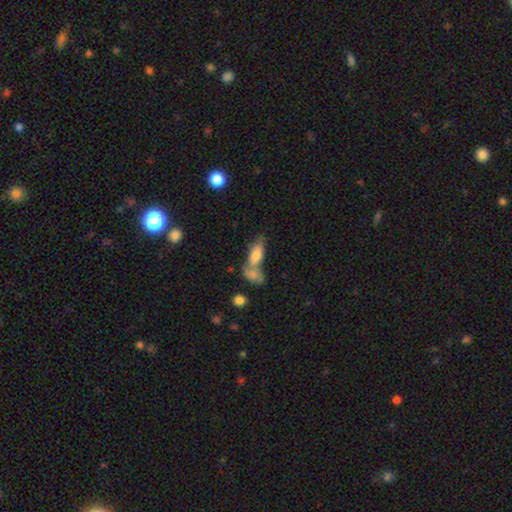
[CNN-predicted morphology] Smooth or featured? smooth (73%)
How rounded? in between (79%)
Merging? merger (53%)